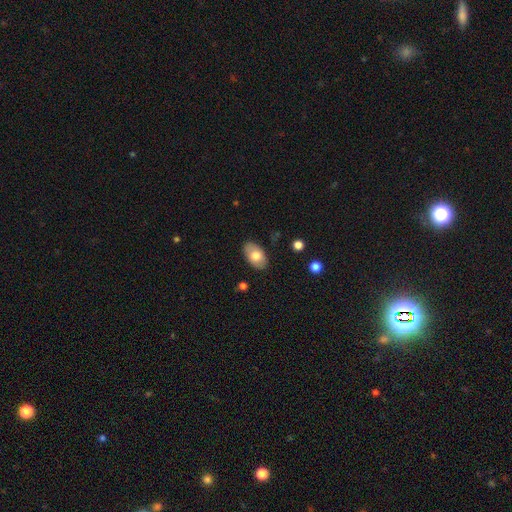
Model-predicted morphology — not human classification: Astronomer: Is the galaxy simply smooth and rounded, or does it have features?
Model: smooth — 74%.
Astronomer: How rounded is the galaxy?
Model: in between — 92%.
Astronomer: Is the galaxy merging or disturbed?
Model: none — 86%.